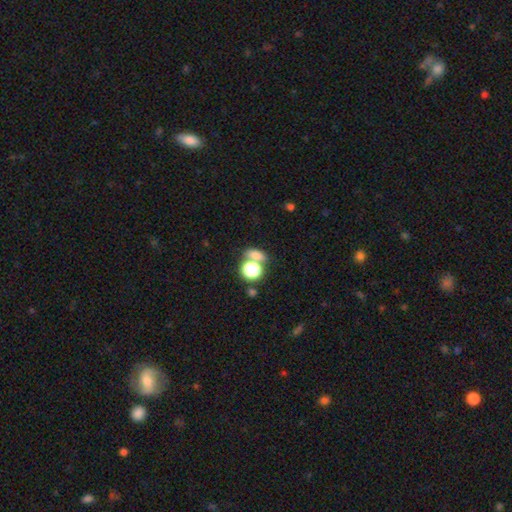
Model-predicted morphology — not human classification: Smooth or featured: smooth — 69% (star or artifact — 21%)
How rounded: in between — 50% (round — 44%)
Merging: none — 57% (merger — 29%)